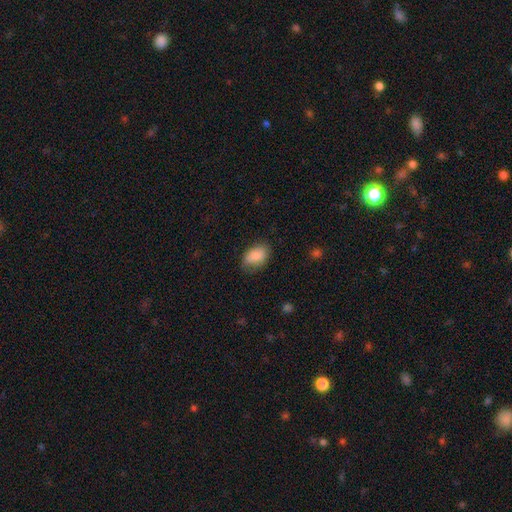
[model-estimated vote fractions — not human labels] smooth 86%, star or artifact 7%, featured or disk 7%. Down the decision tree: how rounded — in between (89%); merging — none (72%).